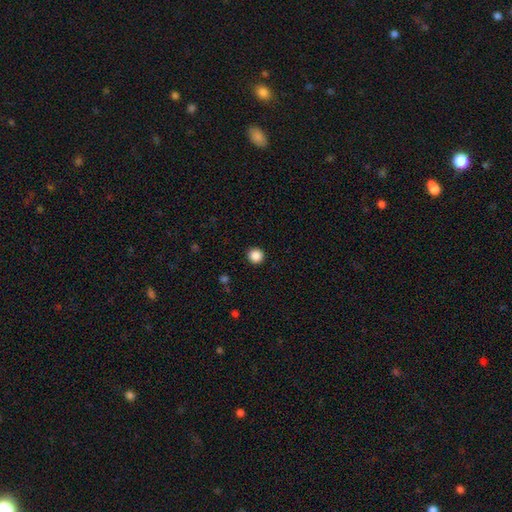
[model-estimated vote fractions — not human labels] Smooth or featured? Predicted: smooth (p=0.87). How rounded? Predicted: round (p=0.95). Merging? Predicted: none (p=0.93).